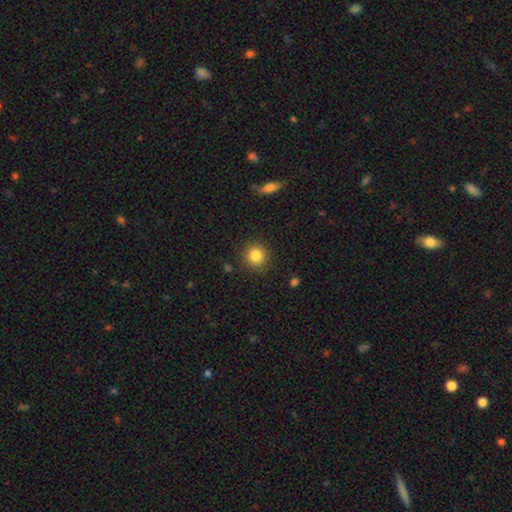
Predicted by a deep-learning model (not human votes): Smooth or featured? smooth (85%)
How rounded? round (93%)
Merging? none (89%)